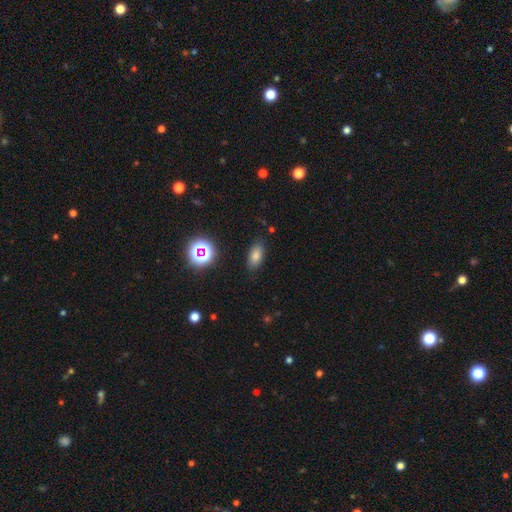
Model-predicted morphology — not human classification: smooth_or_featured: smooth (p=0.77) [alt: star or artifact p=0.14]
how_rounded: in between (p=0.87) [alt: cigar-shaped p=0.07]
merging: none (p=0.85) [alt: minor disturbance p=0.10]